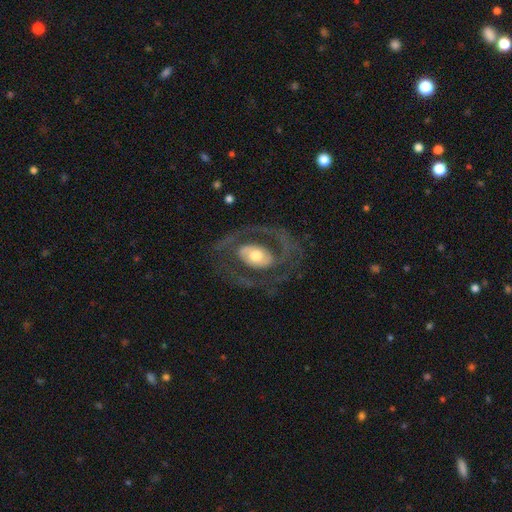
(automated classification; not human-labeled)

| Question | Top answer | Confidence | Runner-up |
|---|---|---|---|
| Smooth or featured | featured or disk | 78% | smooth (17%) |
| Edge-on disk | no | 95% | yes (5%) |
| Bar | no | 57% | weak (28%) |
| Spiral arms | yes | 75% | no (25%) |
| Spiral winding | medium | 47% | tight (30%) |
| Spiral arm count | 2 | 74% | can't tell (10%) |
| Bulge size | moderate | 62% | large (21%) |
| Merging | none | 67% | major disturbance (19%) |